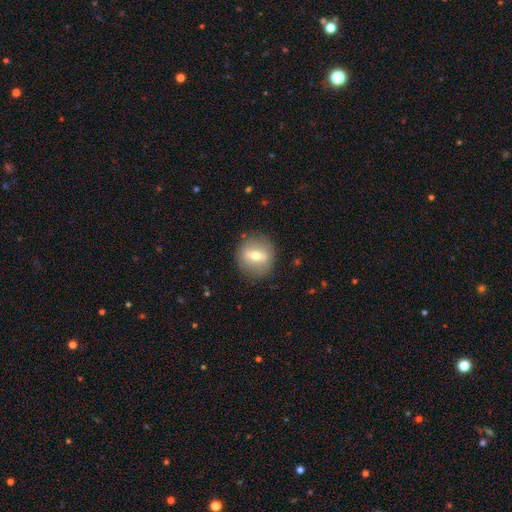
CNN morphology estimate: A featured or disk galaxy (47%). Merging: none (85%).